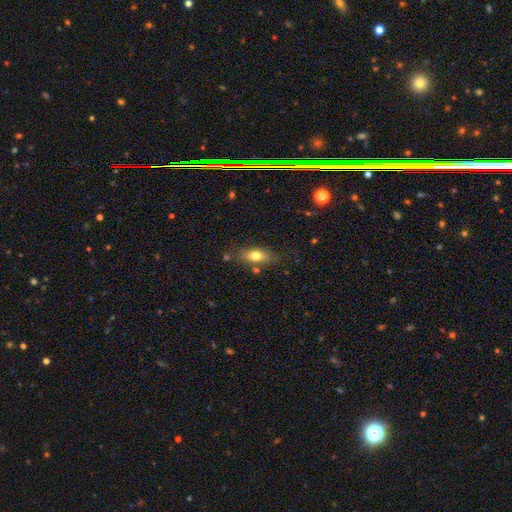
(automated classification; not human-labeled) Overall: smooth (74%). How rounded: in between (82%). Merging: none (73%).